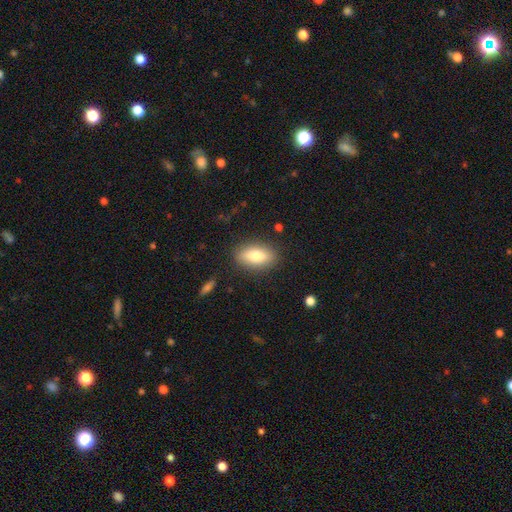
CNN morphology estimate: smooth-or-featured: smooth: 73% | featured or disk: 20% | star or artifact: 7%
  how-rounded: in between: 83% | cigar-shaped: 12% | round: 5%
  merging: none: 85% | minor disturbance: 11% | major disturbance: 3% | merger: 1%